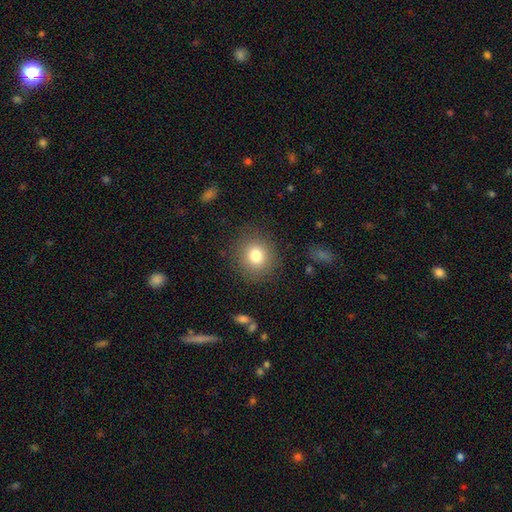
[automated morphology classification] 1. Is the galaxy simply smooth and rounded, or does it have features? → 80% smooth, 11% star or artifact, 9% featured or disk.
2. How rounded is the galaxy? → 86% round, 13% in between, 1% cigar-shaped.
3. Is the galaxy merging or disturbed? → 86% none, 9% minor disturbance, 4% major disturbance, 1% merger.